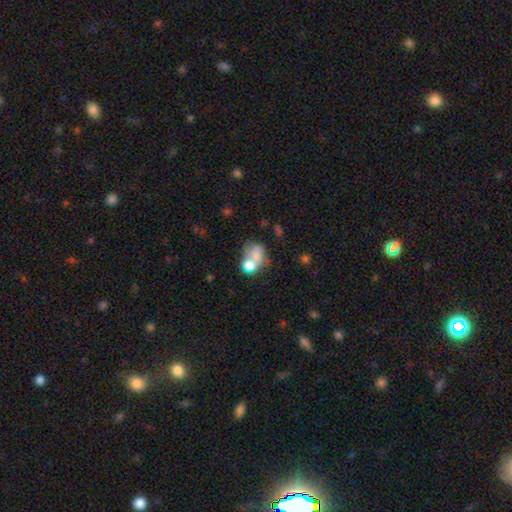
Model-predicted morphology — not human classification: The model was most divided on "how rounded": in between: 60%, round: 39%, cigar-shaped: 1%. More confident: smooth or featured — smooth (64%); merging — merger (50%).